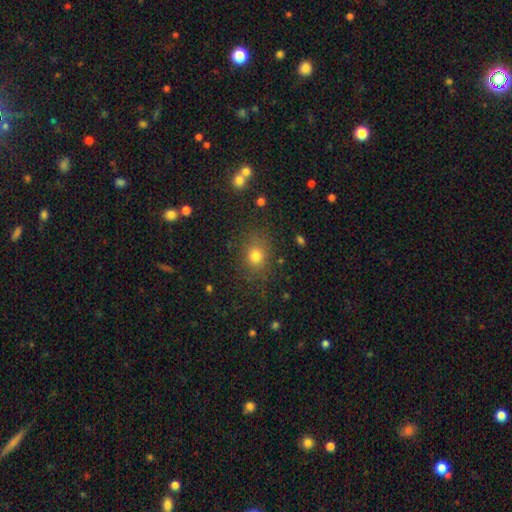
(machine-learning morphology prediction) Smooth or featured?
  - smooth: 76% *
  - star or artifact: 16%
  - featured or disk: 8%
How rounded?
  - round: 67% *
  - in between: 32%
  - cigar-shaped: 1%
Merging?
  - none: 79% *
  - minor disturbance: 12%
  - major disturbance: 6%
  - merger: 2%